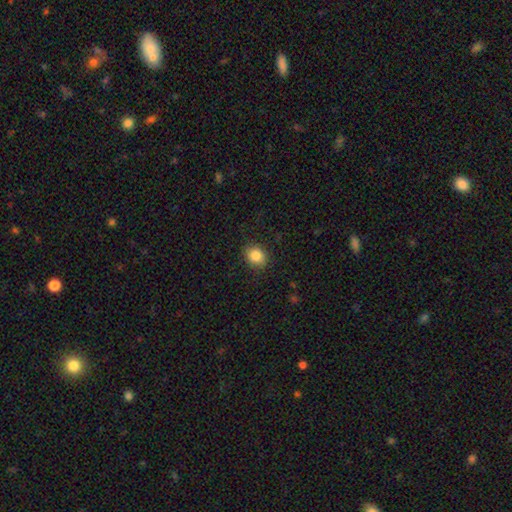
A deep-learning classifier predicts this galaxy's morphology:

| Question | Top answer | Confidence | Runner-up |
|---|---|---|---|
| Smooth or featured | smooth | 85% | star or artifact (9%) |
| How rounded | round | 59% | in between (41%) |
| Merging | none | 86% | minor disturbance (10%) |